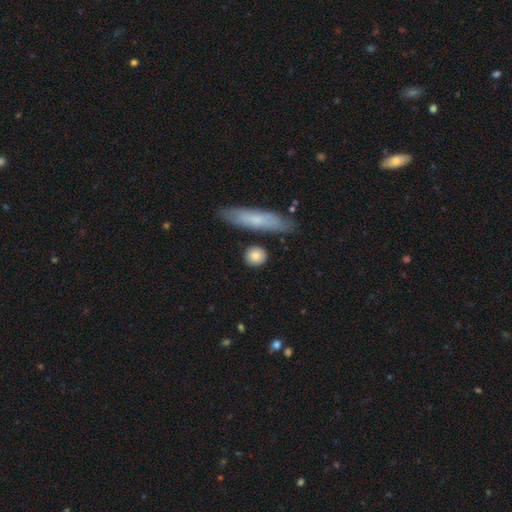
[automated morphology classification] Overall: smooth (82%). How rounded: round (80%). Merging: none (83%).